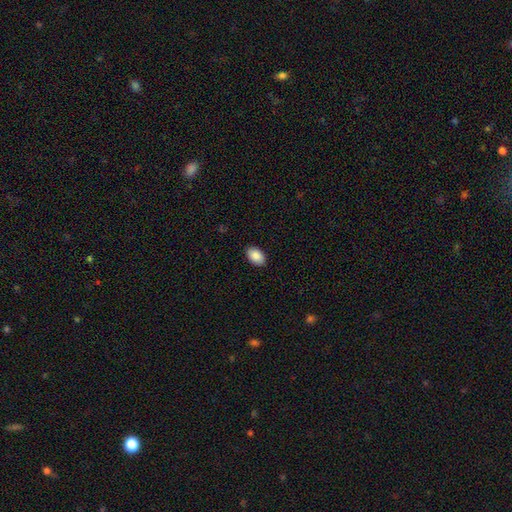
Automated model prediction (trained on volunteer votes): smooth-or-featured: smooth: 89% | star or artifact: 7% | featured or disk: 5%
  how-rounded: in between: 90% | round: 8% | cigar-shaped: 1%
  merging: none: 90% | minor disturbance: 7% | major disturbance: 2% | merger: 1%